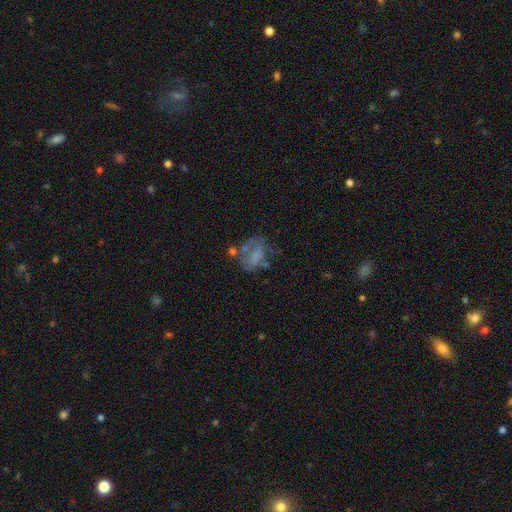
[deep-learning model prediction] Smooth or featured?
  - smooth: 44% *
  - featured or disk: 43%
  - star or artifact: 13%
Merging?
  - none: 36% *
  - major disturbance: 27%
  - minor disturbance: 24%
  - merger: 13%